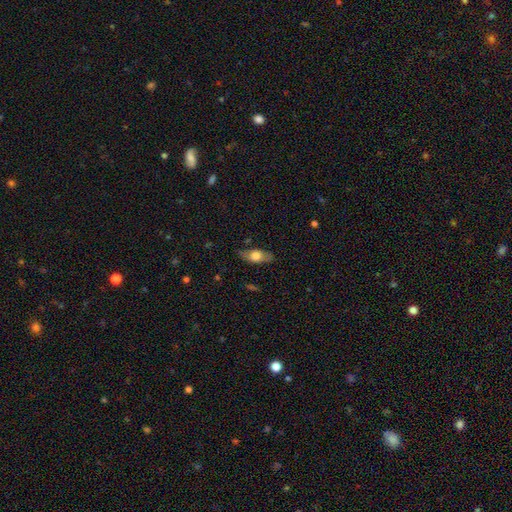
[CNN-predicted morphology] This is likely a smooth galaxy (61%). How rounded: clearly in between (81%). Merging: likely none (74%).